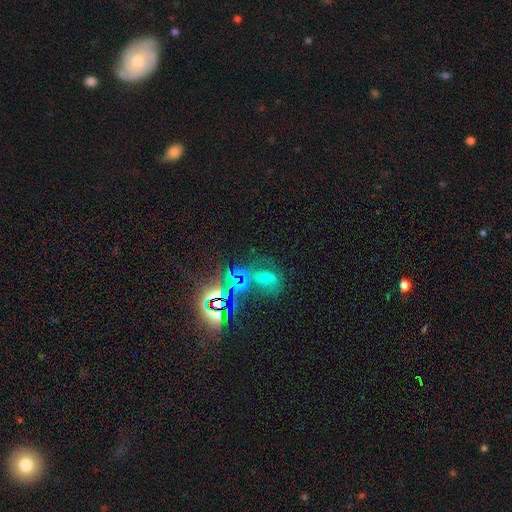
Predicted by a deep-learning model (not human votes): smooth-or-featured: star or artifact: 60% | featured or disk: 23% | smooth: 17%